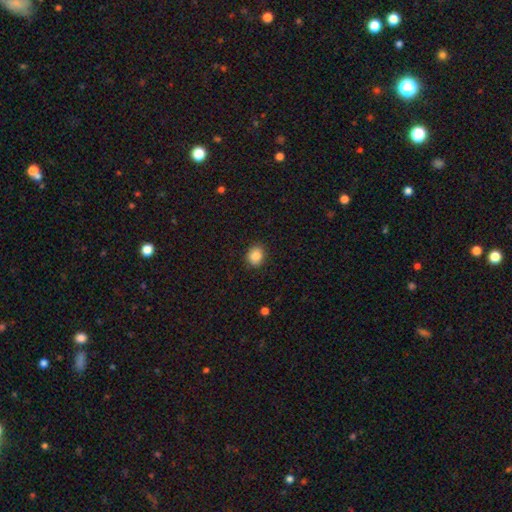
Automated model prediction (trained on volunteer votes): smooth 87%, star or artifact 9%, featured or disk 4%. Down the decision tree: how rounded — round (57%); merging — none (87%).